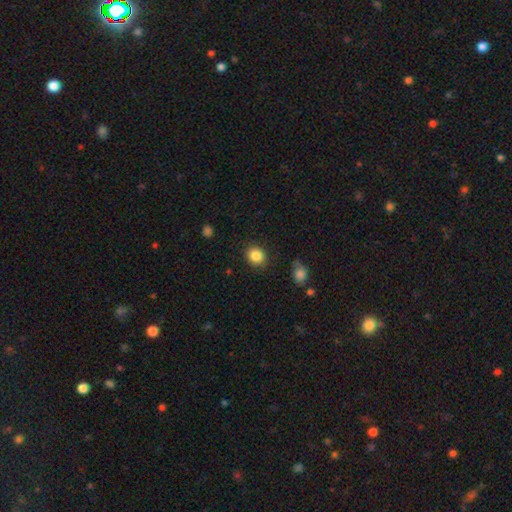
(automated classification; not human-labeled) This appears to be a smooth galaxy with no disk features (86%) that is round (73%). Merging: none (85%).